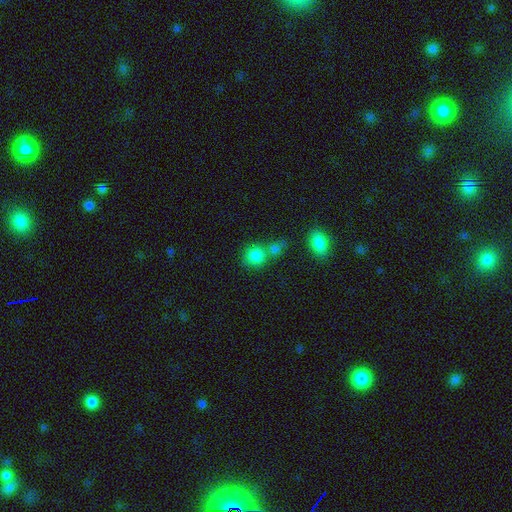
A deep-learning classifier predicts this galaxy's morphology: The model was most divided on "merging": none: 55%, merger: 32%, minor disturbance: 9%, major disturbance: 4%. More confident: how rounded — round (84%); smooth or featured — smooth (82%).